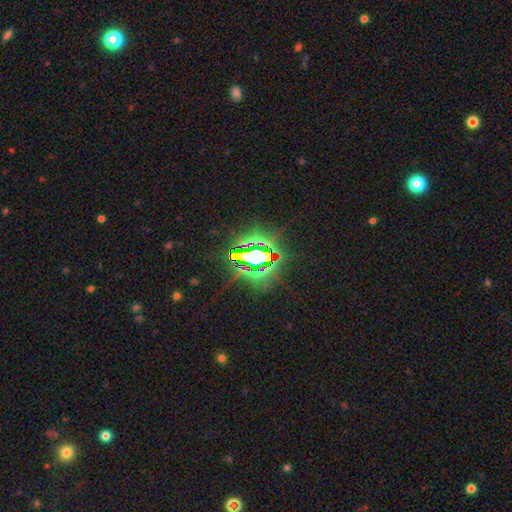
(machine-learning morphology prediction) A star or artifact, not a galaxy (78%).

Vote fractions:
- Smooth or featured? star or artifact: 78% / smooth: 11% / featured or disk: 11%